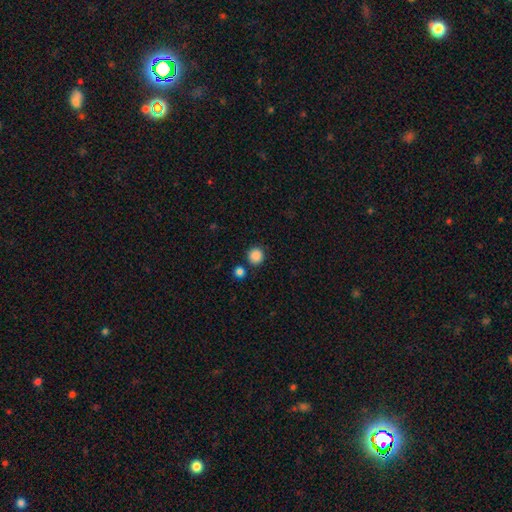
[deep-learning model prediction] Smooth or featured? smooth (87%)
How rounded? round (93%)
Merging? none (84%)